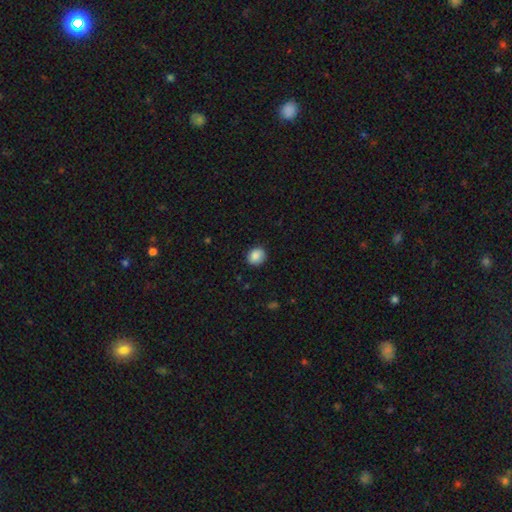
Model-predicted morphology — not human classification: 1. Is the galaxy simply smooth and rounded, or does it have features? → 87% smooth, 8% star or artifact, 4% featured or disk.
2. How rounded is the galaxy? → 80% round, 19% in between, 1% cigar-shaped.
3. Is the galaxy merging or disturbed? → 88% none, 9% minor disturbance, 2% major disturbance, 1% merger.